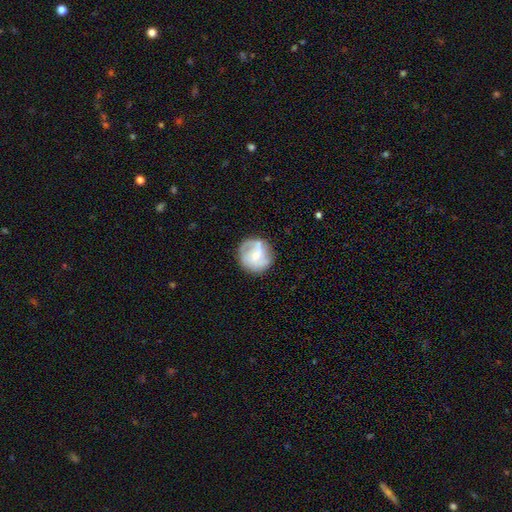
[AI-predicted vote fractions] Smooth or featured? featured or disk (58%)
Edge-on disk? no (97%)
Bar? no (48%)
Spiral arms? yes (82%)
Bulge size? small (50%)
Merging? none (71%)